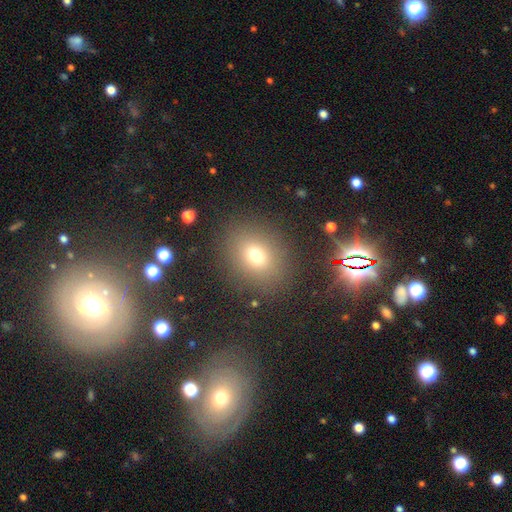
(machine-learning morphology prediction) This appears to be a smooth galaxy with no disk features (70%) that is round (58%). Merging: none (85%).